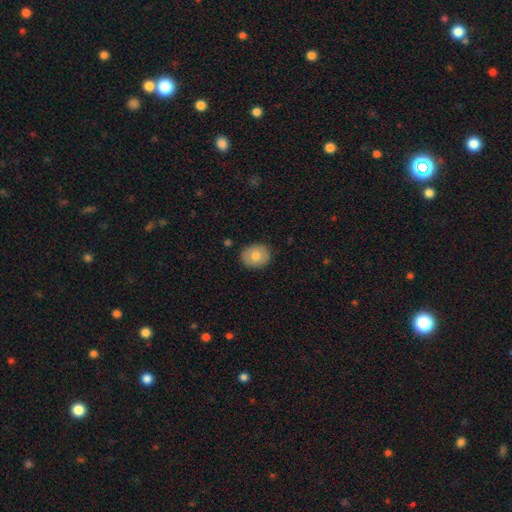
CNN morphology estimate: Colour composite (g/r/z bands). It shows a smooth galaxy with no disk features (76%) that is round (66%). Merging: none (87%).